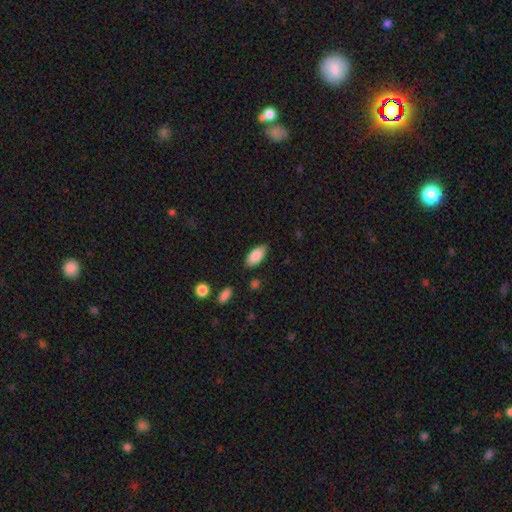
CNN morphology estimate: This is clearly a smooth galaxy (86%). How rounded: clearly in between (92%). Merging: clearly none (81%).